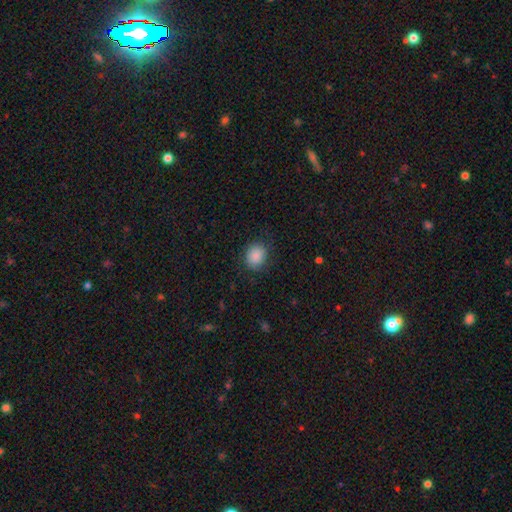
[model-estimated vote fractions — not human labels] smooth 87%, star or artifact 8%, featured or disk 5%. Down the decision tree: how rounded — round (68%); merging — none (82%).